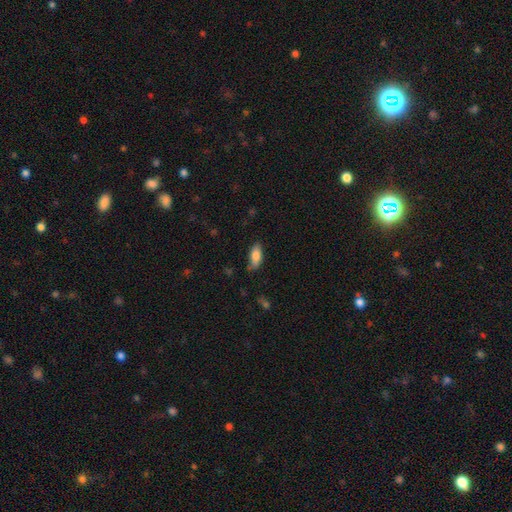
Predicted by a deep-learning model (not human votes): This appears to be a smooth galaxy with no disk features (82%) that is in between round and cigar-shaped (82%). Merging: none (73%).